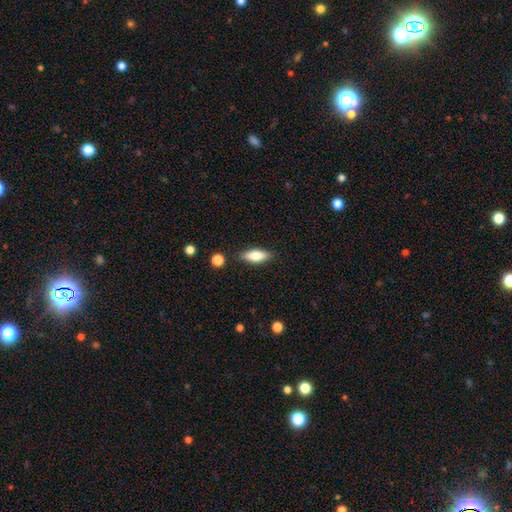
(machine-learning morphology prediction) smooth-or-featured: smooth: 74% | featured or disk: 20% | star or artifact: 7%
  how-rounded: in between: 70% | cigar-shaped: 27% | round: 3%
  merging: none: 85% | minor disturbance: 10% | major disturbance: 2% | merger: 2%